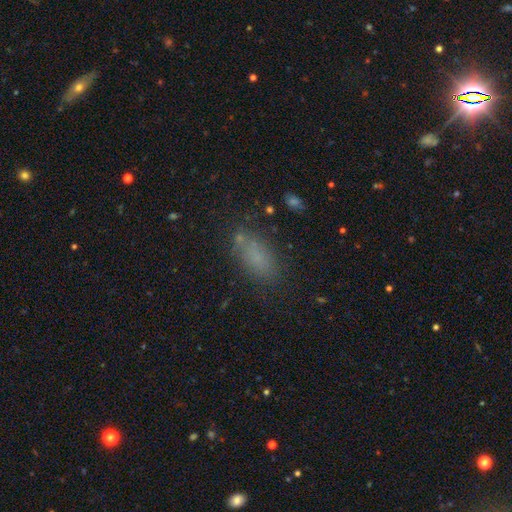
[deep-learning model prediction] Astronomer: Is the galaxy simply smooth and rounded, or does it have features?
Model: smooth — 74%.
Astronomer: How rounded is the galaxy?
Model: in between — 86%.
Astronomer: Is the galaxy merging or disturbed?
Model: none — 71%.